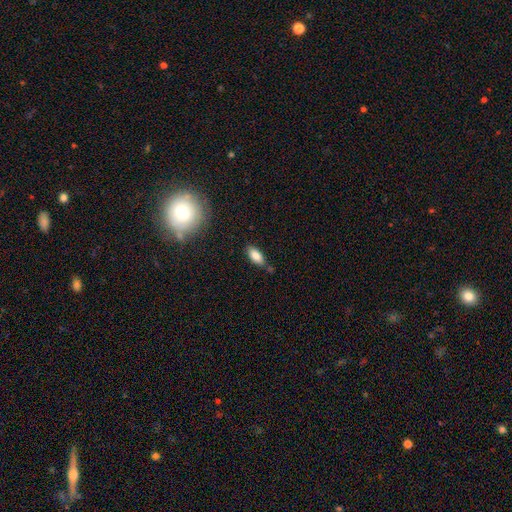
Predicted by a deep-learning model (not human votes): smooth_or_featured: smooth (p=0.83) [alt: featured or disk p=0.09]
how_rounded: in between (p=0.86) [alt: cigar-shaped p=0.11]
merging: none (p=0.75) [alt: minor disturbance p=0.16]